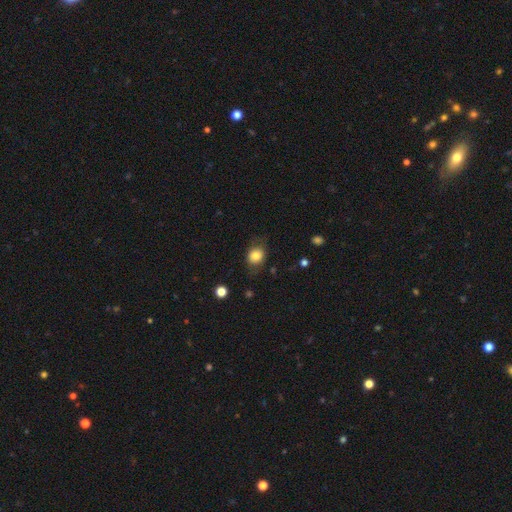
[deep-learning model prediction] smooth-or-featured: smooth: 81% | featured or disk: 10% | star or artifact: 9%
  how-rounded: round: 55% | in between: 44% | cigar-shaped: 1%
  merging: none: 73% | minor disturbance: 19% | major disturbance: 7% | merger: 1%